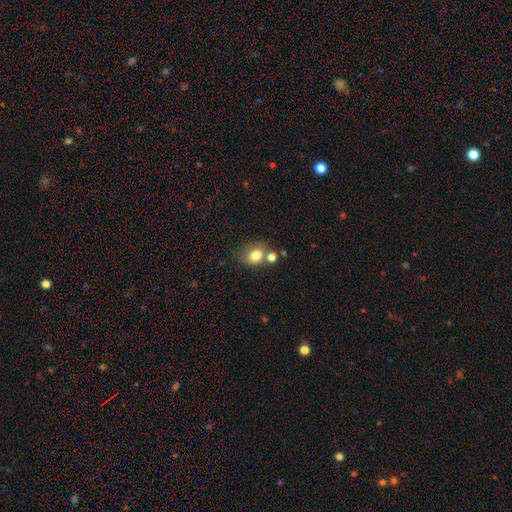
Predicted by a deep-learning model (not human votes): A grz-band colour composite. It shows a smooth galaxy with no disk features (79%) that is round (58%). Merging: none (57%).